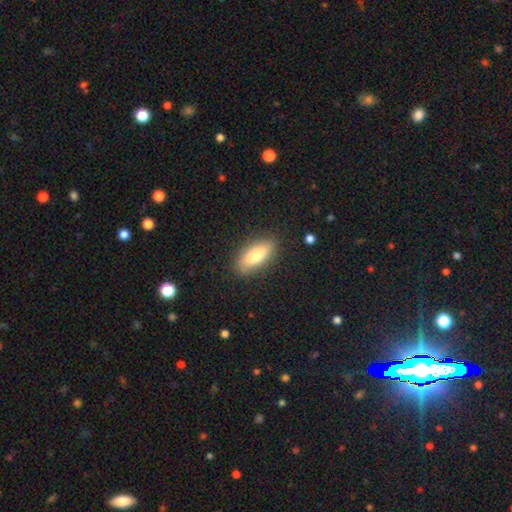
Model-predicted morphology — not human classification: type=smooth (77%); roundness=in between (79%); merging=none (85%).